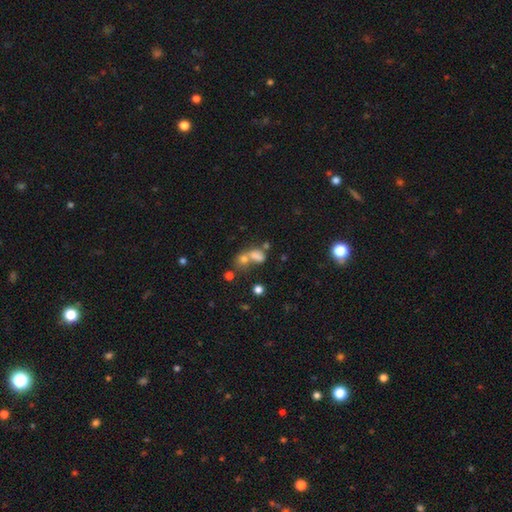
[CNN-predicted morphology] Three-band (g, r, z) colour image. It shows a smooth galaxy with no disk features (70%) that is in between round and cigar-shaped (70%). Merging: merger (54%).